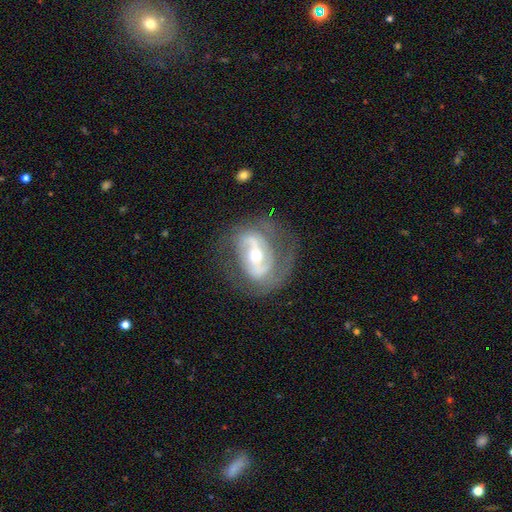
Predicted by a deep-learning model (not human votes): Morphology: type=featured or disk (81%); edge-on=no (95%); bar=strong (42%); spiral arms=yes (79%); winding=medium (43%); arm count=2 (72%); bulge=moderate (62%); merging=none (63%).